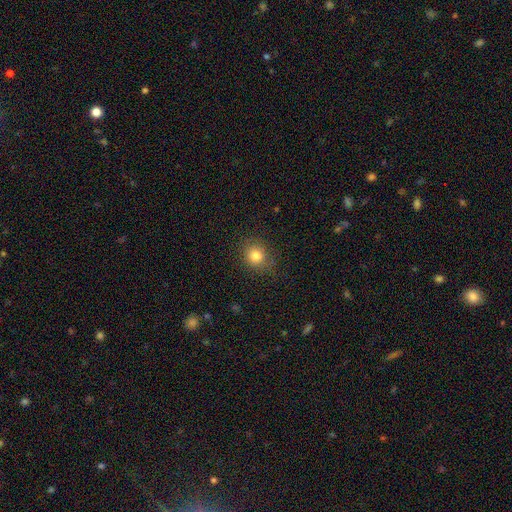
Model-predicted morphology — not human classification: smooth 81%, star or artifact 12%, featured or disk 7%. Down the decision tree: how rounded — round (80%); merging — none (83%).